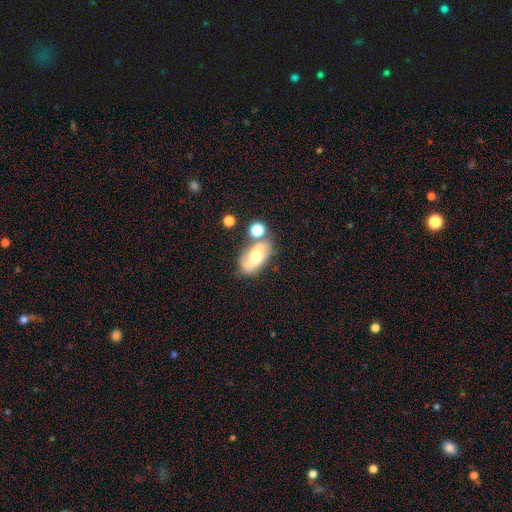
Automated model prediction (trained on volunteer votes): This appears to be a featured or disk galaxy (56%) with no bar (55%), spiral arms (84%) and a moderate central bulge (60%). Merging: none (55%).